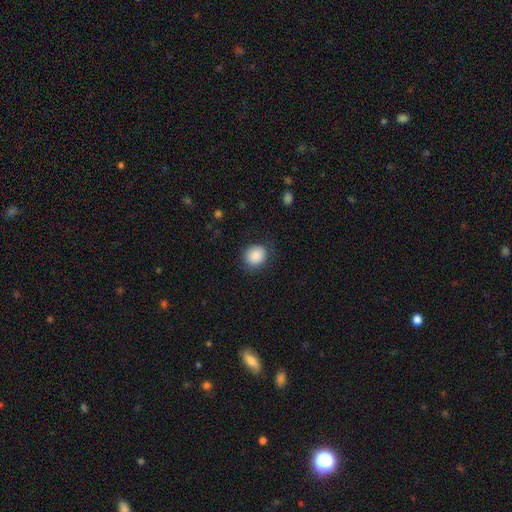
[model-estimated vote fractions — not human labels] smooth_or_featured: smooth (p=0.88) [alt: star or artifact p=0.08]
how_rounded: round (p=0.70) [alt: in between p=0.29]
merging: none (p=0.80) [alt: minor disturbance p=0.14]